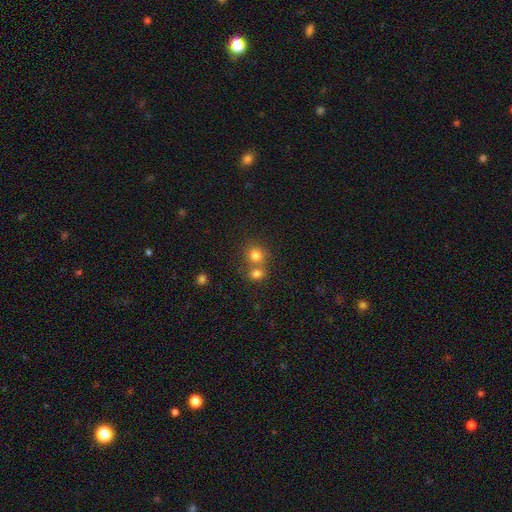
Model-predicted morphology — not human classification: Smooth or featured?
  - smooth: 78% *
  - star or artifact: 14%
  - featured or disk: 8%
How rounded?
  - round: 85% *
  - in between: 14%
  - cigar-shaped: 1%
Merging?
  - none: 51% *
  - merger: 40%
  - minor disturbance: 7%
  - major disturbance: 3%